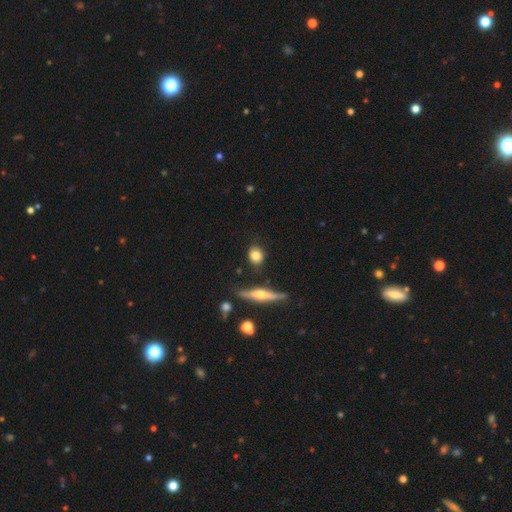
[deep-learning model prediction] This is likely a smooth galaxy (78%). How rounded: likely round (62%). Merging: likely none (80%).